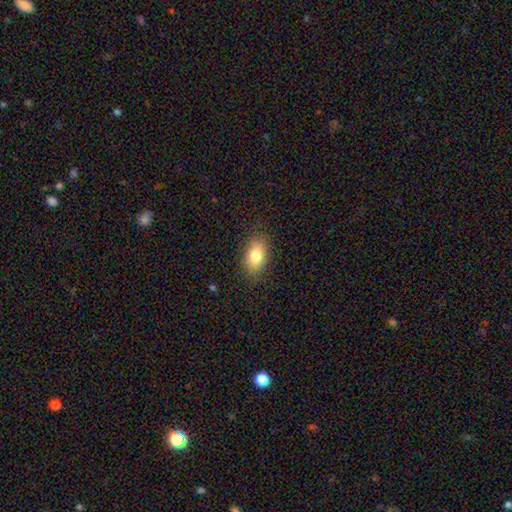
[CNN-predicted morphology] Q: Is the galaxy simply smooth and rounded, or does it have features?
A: smooth — 81%.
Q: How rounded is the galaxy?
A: in between — 89%.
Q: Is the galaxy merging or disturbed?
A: none — 84%.